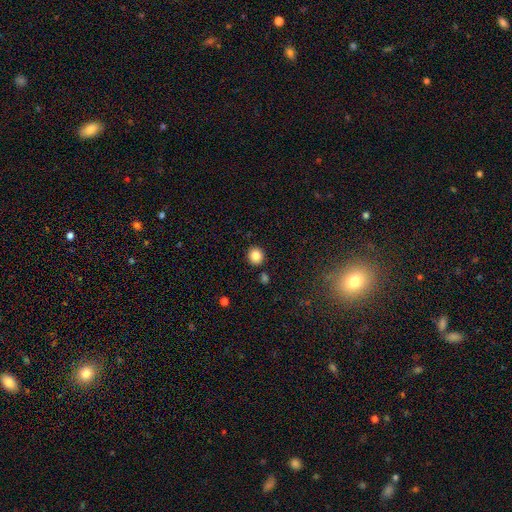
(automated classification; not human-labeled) smooth_or_featured: smooth (p=0.85) [alt: star or artifact p=0.10]
how_rounded: round (p=0.87) [alt: in between p=0.12]
merging: none (p=0.88) [alt: minor disturbance p=0.07]